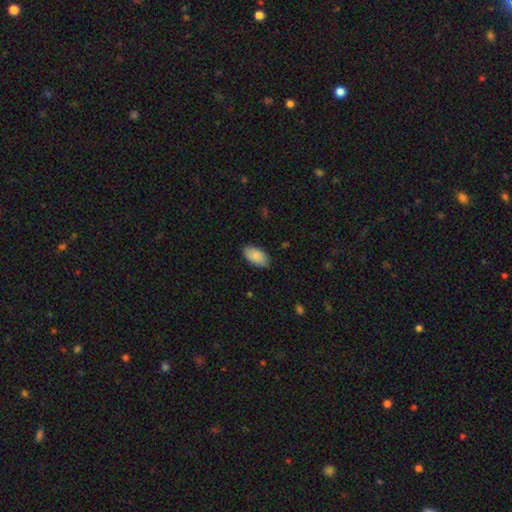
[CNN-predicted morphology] This is clearly a smooth galaxy (87%). How rounded: clearly in between (95%). Merging: clearly none (84%).